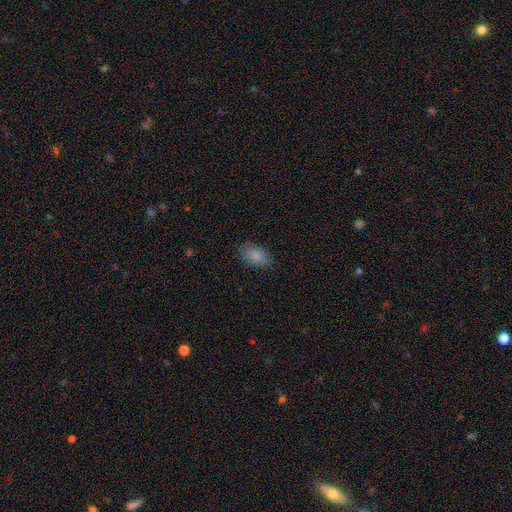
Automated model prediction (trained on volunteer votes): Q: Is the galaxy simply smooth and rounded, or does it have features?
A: smooth — 86%.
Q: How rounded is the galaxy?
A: in between — 89%.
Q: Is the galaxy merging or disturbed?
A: none — 81%.